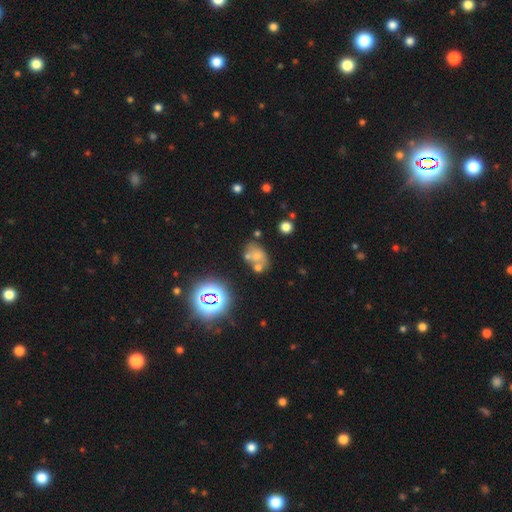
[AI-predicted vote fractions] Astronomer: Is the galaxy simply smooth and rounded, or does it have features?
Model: smooth — 52%.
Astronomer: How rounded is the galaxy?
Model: in between — 70%.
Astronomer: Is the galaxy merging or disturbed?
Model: none — 45% (runner-up: merger, 30%).